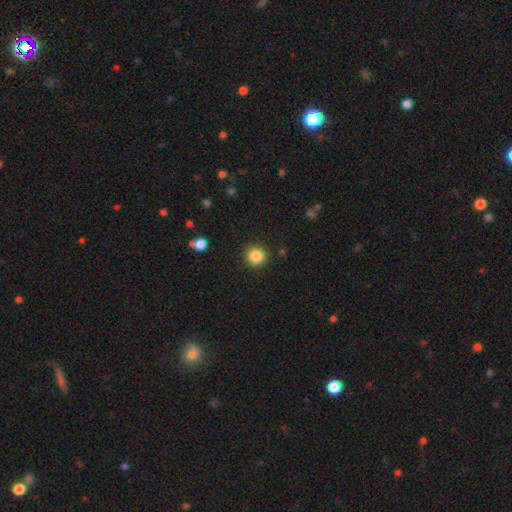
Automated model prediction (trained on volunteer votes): smooth_or_featured: smooth (p=0.85) [alt: star or artifact p=0.10]
how_rounded: round (p=0.94) [alt: in between p=0.05]
merging: none (p=0.91) [alt: minor disturbance p=0.06]